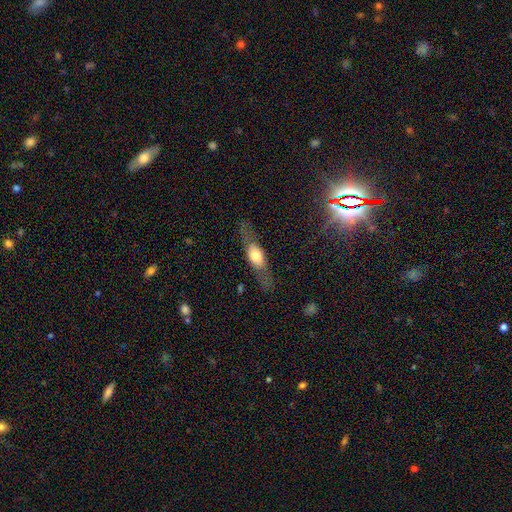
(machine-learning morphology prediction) Overall: featured or disk (47%; smooth 46%). Merging: none (75%).